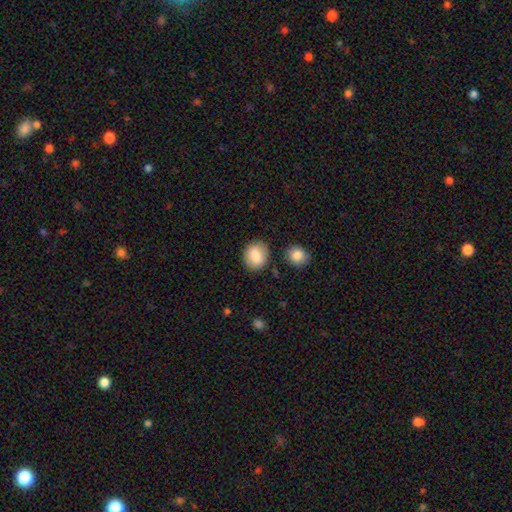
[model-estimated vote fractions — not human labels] This appears to be a smooth galaxy with no disk features (83%) that is round (59%). Merging: none (82%).